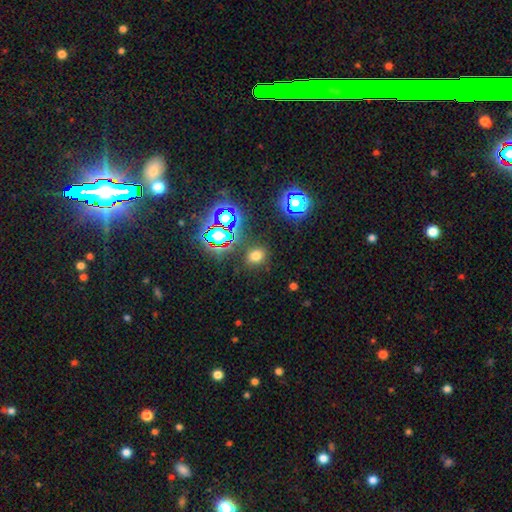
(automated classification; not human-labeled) smooth-or-featured: smooth: 64% | star or artifact: 30% | featured or disk: 7%
  how-rounded: round: 53% | in between: 45% | cigar-shaped: 1%
  merging: none: 85% | minor disturbance: 9% | major disturbance: 3% | merger: 3%